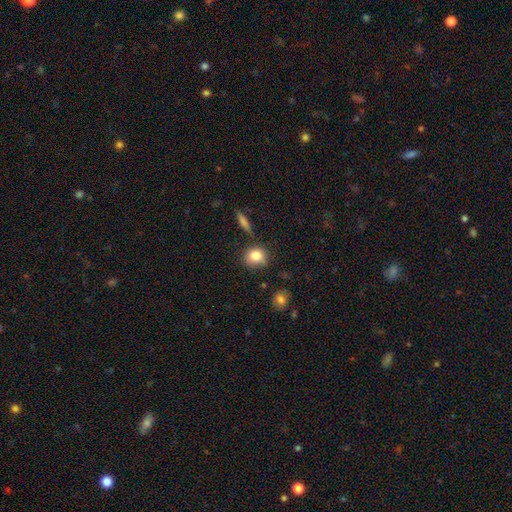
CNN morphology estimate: type=smooth (82%); roundness=round (76%); merging=none (70%).